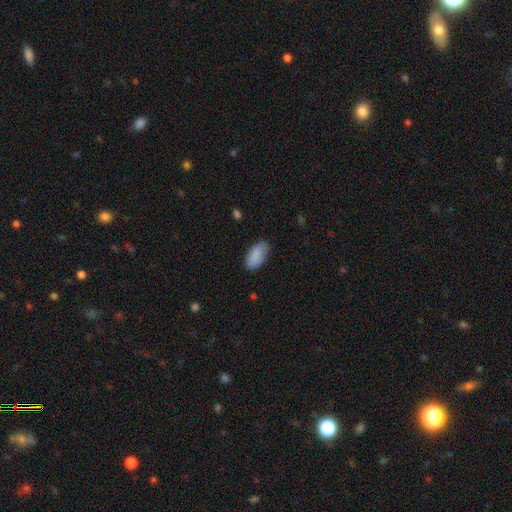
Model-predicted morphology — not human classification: Smooth or featured? Predicted: smooth (p=0.89). How rounded? Predicted: in between (p=0.94). Merging? Predicted: none (p=0.82).